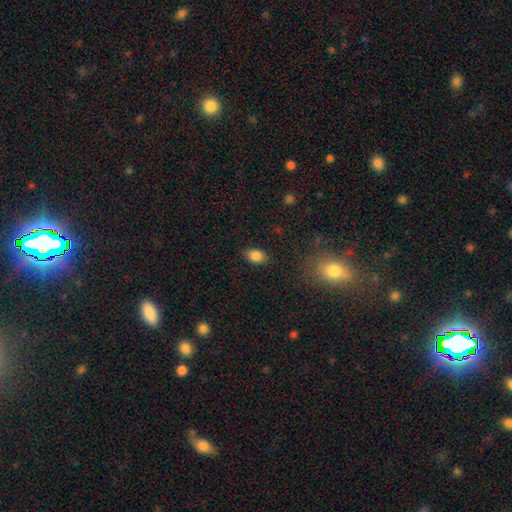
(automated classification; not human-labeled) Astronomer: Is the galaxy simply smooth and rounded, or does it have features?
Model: smooth — 85%.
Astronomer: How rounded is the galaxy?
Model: in between — 79%.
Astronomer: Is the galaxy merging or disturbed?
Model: none — 83%.